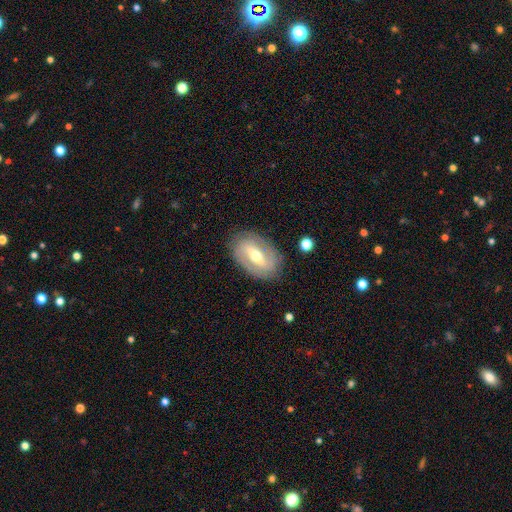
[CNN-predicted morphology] Q: Smooth or featured?
A: featured or disk (70%); runner-up: smooth (24%)
Q: Edge-on disk?
A: no (91%); runner-up: yes (9%)
Q: Bar?
A: strong (46%); runner-up: weak (38%)
Q: Spiral arms?
A: yes (66%); runner-up: no (34%)
Q: Bulge size?
A: moderate (67%); runner-up: small (26%)
Q: Merging?
A: none (83%); runner-up: minor disturbance (12%)